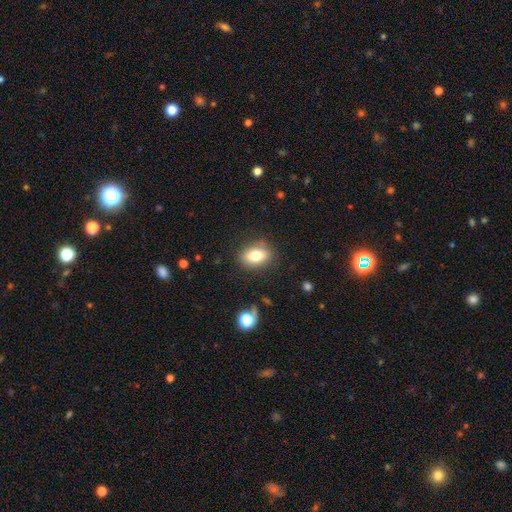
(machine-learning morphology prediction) smooth 77%, featured or disk 14%, star or artifact 9%. Down the decision tree: how rounded — in between (76%); merging — none (84%).